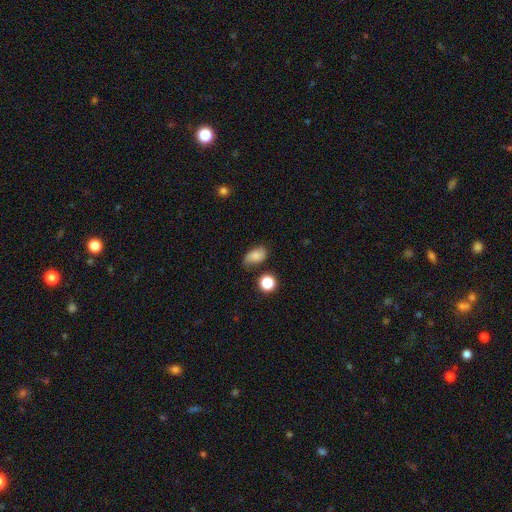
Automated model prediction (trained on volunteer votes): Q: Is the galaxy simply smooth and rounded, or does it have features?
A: smooth — 73%.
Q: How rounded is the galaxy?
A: in between — 85%.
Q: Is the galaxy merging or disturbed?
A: none — 54%.